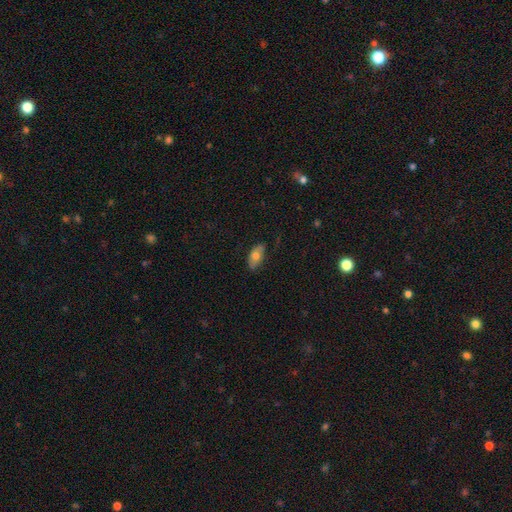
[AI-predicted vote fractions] Smooth or featured: smooth — 70% (featured or disk — 23%)
How rounded: in between — 89% (cigar-shaped — 7%)
Merging: none — 73% (minor disturbance — 21%)